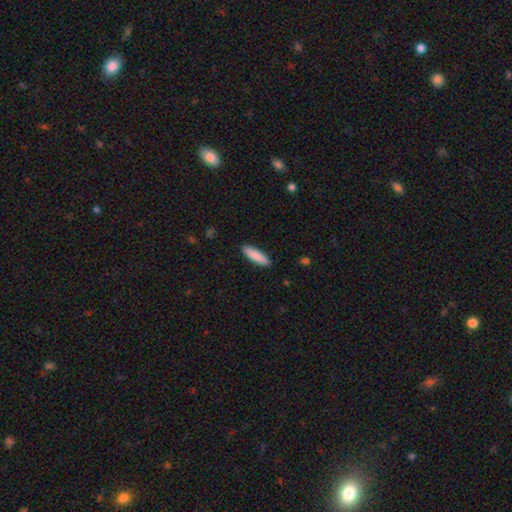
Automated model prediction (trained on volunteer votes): Overall: smooth (87%). How rounded: cigar-shaped (71%). Merging: none (90%).